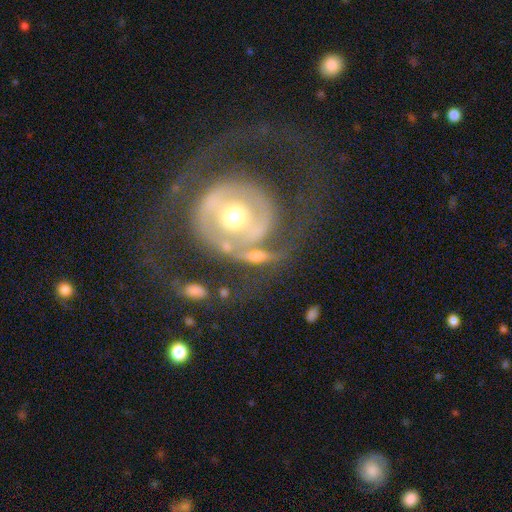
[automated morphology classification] featured or disk 55%, smooth 35%, star or artifact 9%. Down the decision tree: edge-on disk — no (77%); merging — none (39%).